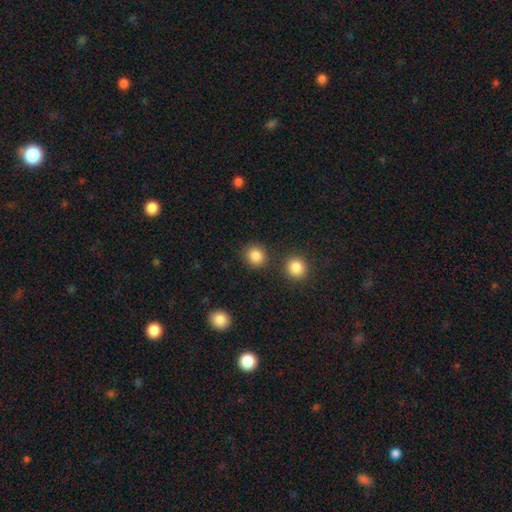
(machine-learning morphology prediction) Smooth or featured? smooth (85%)
How rounded? round (85%)
Merging? none (83%)